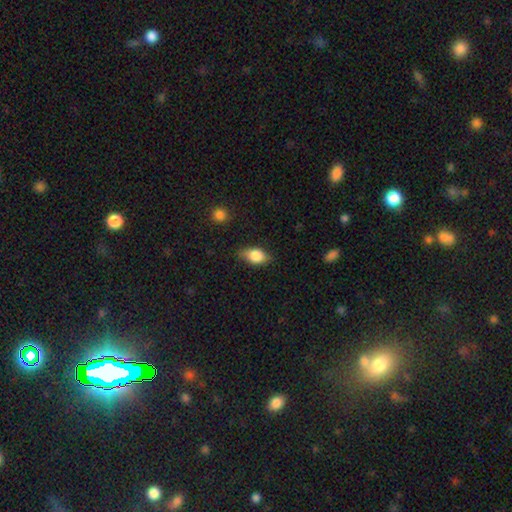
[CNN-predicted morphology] type=smooth (78%); roundness=in between (82%); merging=none (73%).